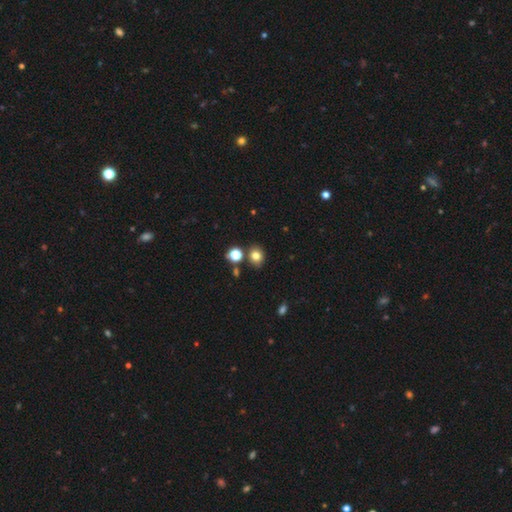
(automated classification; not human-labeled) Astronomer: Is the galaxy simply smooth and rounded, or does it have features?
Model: smooth — 78%.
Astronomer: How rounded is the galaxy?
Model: round — 59% (runner-up: in between, 40%).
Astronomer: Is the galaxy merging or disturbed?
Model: none — 78%.